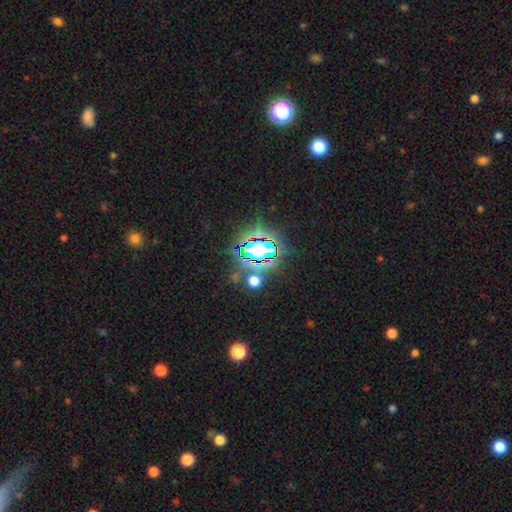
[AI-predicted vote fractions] Smooth or featured? star or artifact (80%)